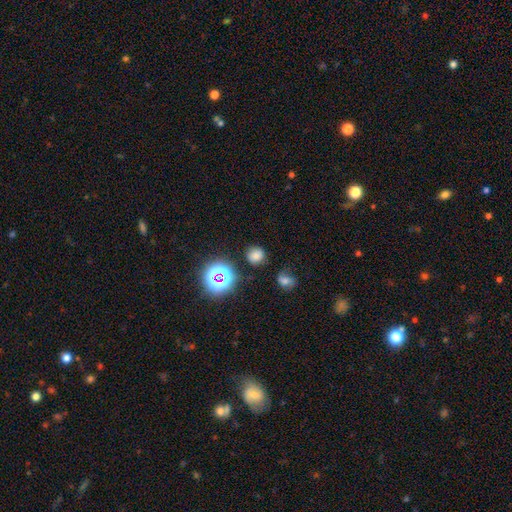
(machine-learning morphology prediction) Smooth or featured?
  - smooth: 71% *
  - star or artifact: 21%
  - featured or disk: 8%
How rounded?
  - round: 85% *
  - in between: 14%
  - cigar-shaped: 1%
Merging?
  - none: 80% *
  - minor disturbance: 12%
  - major disturbance: 4%
  - merger: 3%